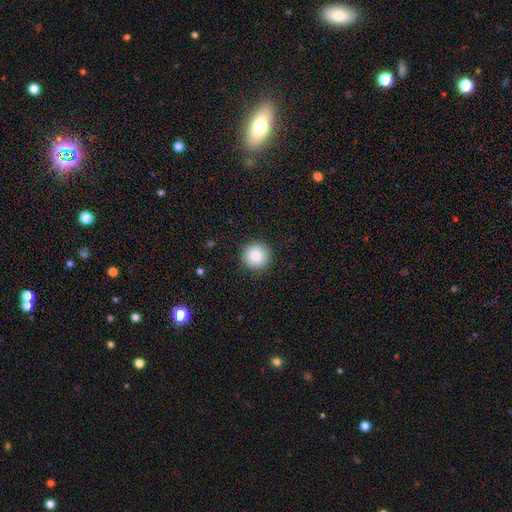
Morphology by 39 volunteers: This appears to be a smooth galaxy with no disk features (90%) that is round (97%). Merging: none (86%).